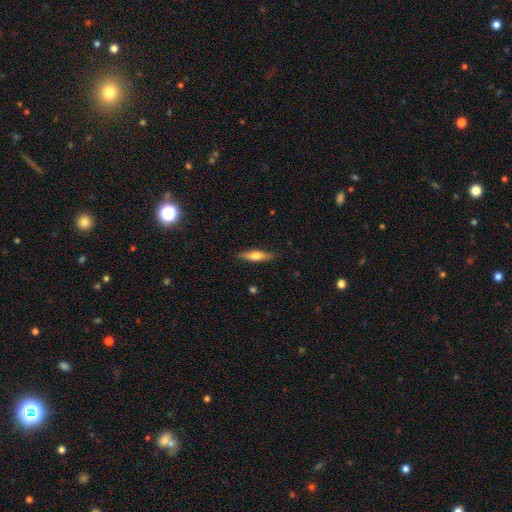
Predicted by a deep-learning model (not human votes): smooth-or-featured: smooth: 58% | featured or disk: 36% | star or artifact: 6%
  how-rounded: cigar-shaped: 71% | in between: 27% | round: 2%
  merging: none: 88% | minor disturbance: 9% | major disturbance: 2% | merger: 1%